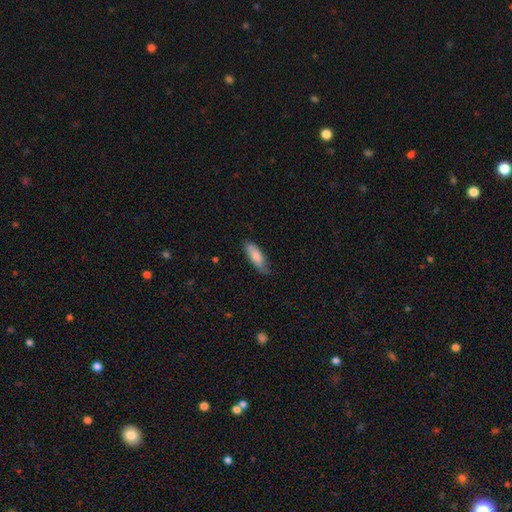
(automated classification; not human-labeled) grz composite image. It shows a smooth galaxy with no disk features (82%) that is in between round and cigar-shaped (59%). Merging: none (71%).